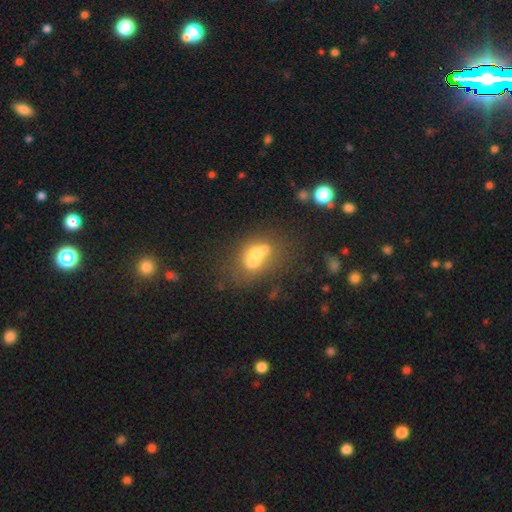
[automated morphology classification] A smooth galaxy with no disk features (49%).

Vote fractions:
- Smooth or featured? smooth: 49% / featured or disk: 36% / star or artifact: 15%
- Merging? merger: 60% / none: 25% / minor disturbance: 8% / major disturbance: 7%